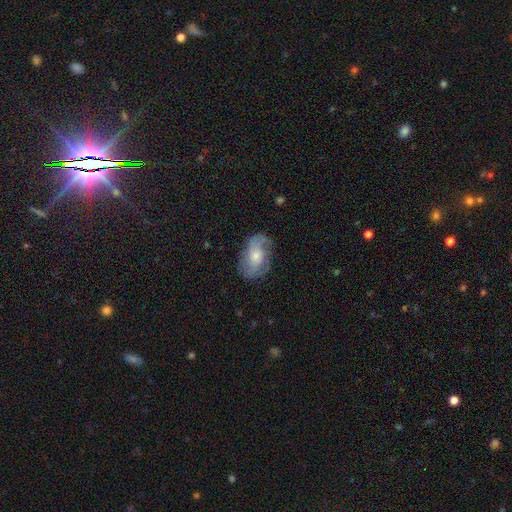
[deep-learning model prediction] smooth-or-featured: featured or disk: 66% | smooth: 27% | star or artifact: 7%
  disk-edge-on: no: 96% | yes: 4%
    bar: no: 65% | weak: 30% | strong: 5%
    has-spiral-arms: yes: 88% | no: 12%
      spiral-winding: medium: 45% | loose: 28% | tight: 27%
      spiral-arm-count: 2: 64% | can't tell: 18% | 3: 8% | 1: 5% | 4: 3% | more than 4: 2%
    bulge-size: moderate: 51% | small: 34% | large: 10% | none: 4% | dominant: 2%
  merging: none: 70% | minor disturbance: 20% | major disturbance: 9% | merger: 1%